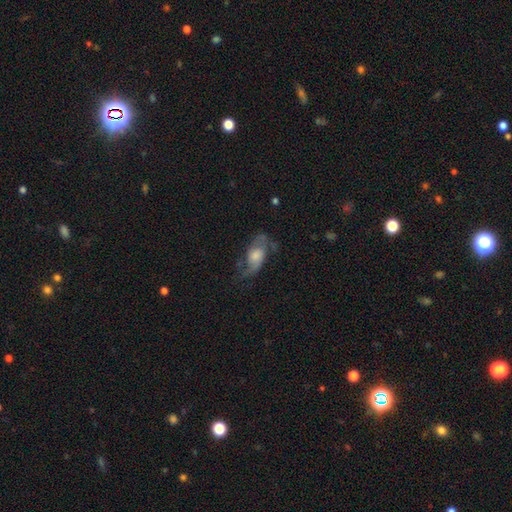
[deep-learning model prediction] Overall: featured or disk (68%). Edge-on disk: no (92%). Bar: no (66%; weak 28%). Spiral arms: yes (87%). Spiral arm count: 2 (84%). Spiral winding: loose (47%; medium 40%). Bulge size: moderate (40%; large 28%). Merging: none (62%).